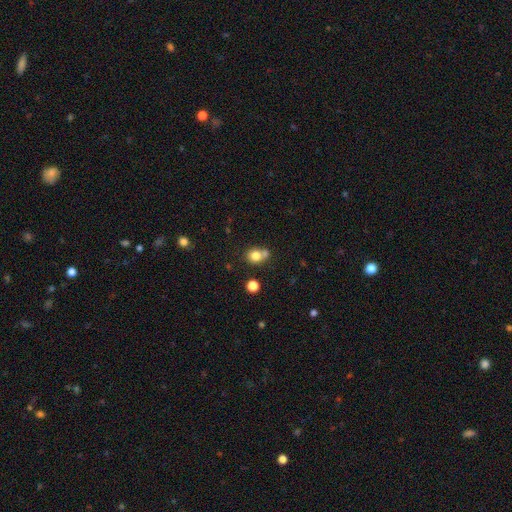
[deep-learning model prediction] smooth-or-featured: smooth: 79% | star or artifact: 11% | featured or disk: 10%
  how-rounded: round: 74% | in between: 25% | cigar-shaped: 1%
  merging: none: 49% | merger: 35% | minor disturbance: 11% | major disturbance: 4%